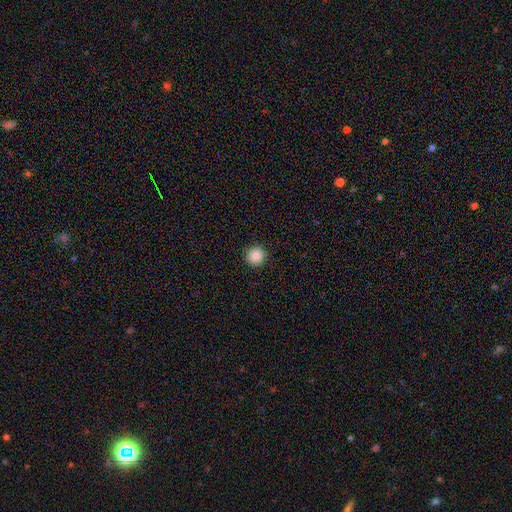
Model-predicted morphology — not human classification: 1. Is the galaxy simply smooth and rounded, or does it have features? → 88% smooth, 9% star or artifact, 3% featured or disk.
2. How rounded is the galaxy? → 95% round, 4% in between, 1% cigar-shaped.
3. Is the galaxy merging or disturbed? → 92% none, 5% minor disturbance, 2% major disturbance, 1% merger.